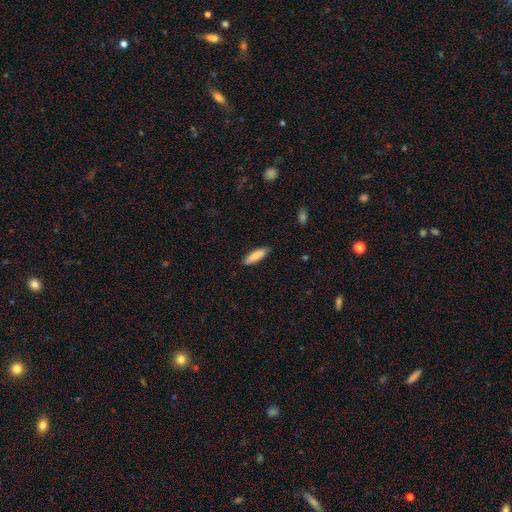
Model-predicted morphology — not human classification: smooth-or-featured: smooth: 85% | featured or disk: 9% | star or artifact: 6%
  how-rounded: cigar-shaped: 51% | in between: 48% | round: 1%
  merging: none: 84% | minor disturbance: 13% | major disturbance: 2% | merger: 1%